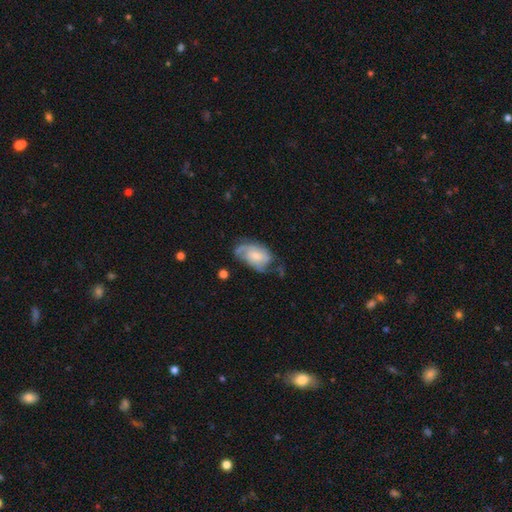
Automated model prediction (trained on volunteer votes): Smooth or featured? Predicted: featured or disk (p=0.65). Edge-on disk? Predicted: no (p=0.96). Bar? Predicted: no (p=0.53). Spiral arms? Predicted: yes (p=0.87). Spiral winding? Predicted: medium (p=0.43). Spiral arm count? Predicted: 2 (p=0.46). Bulge size? Predicted: small (p=0.39). Merging? Predicted: none (p=0.47).